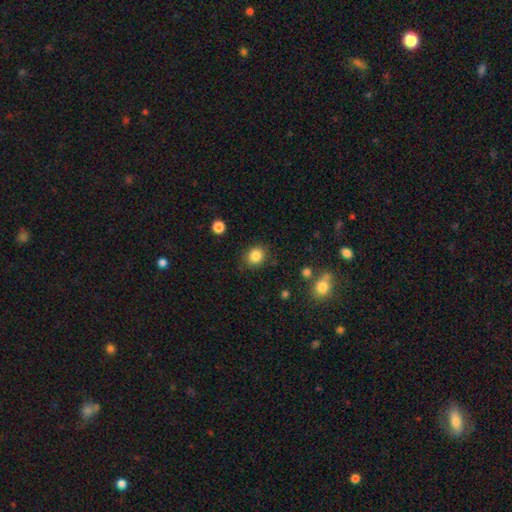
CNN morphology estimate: The model was most divided on "how rounded": round: 79%, in between: 20%, cigar-shaped: 1%. More confident: smooth or featured — smooth (85%); merging — none (85%).